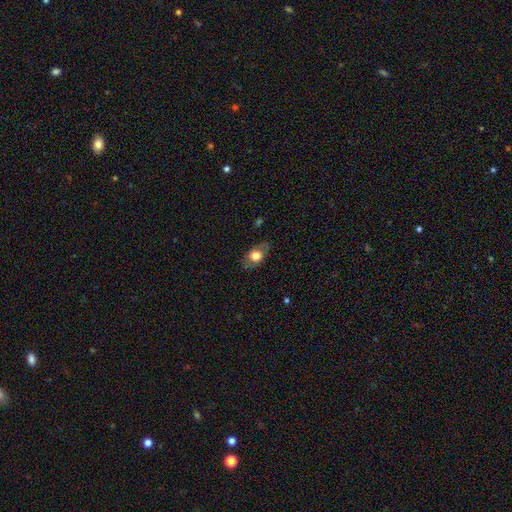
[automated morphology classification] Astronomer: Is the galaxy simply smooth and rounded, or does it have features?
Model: smooth — 64%.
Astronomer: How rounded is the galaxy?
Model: in between — 77%.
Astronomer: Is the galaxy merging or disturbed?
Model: none — 78%.